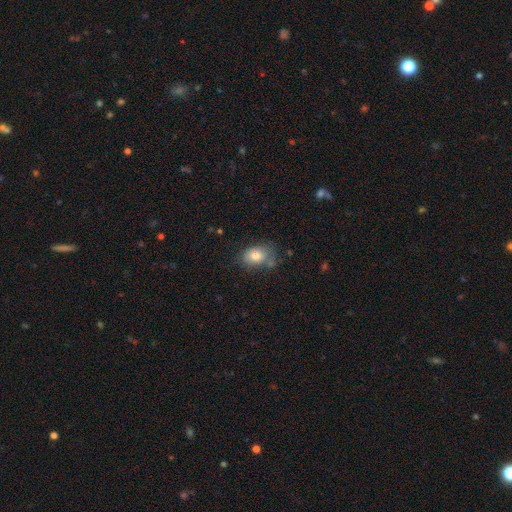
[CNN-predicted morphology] Overall: smooth (80%). How rounded: in between (76%). Merging: none (59%; minor disturbance 25%).